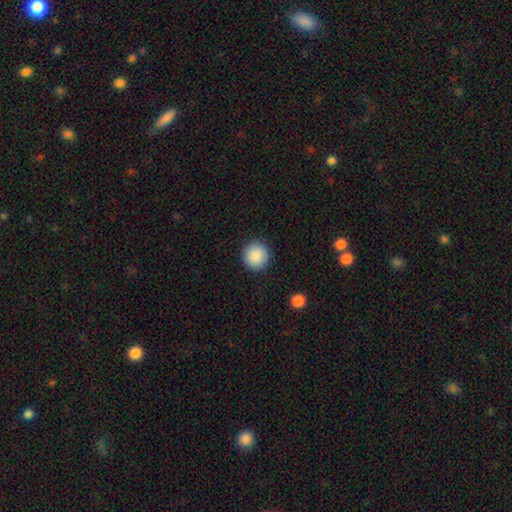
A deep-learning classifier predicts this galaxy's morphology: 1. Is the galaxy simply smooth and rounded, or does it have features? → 89% smooth, 8% star or artifact, 3% featured or disk.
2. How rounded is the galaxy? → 95% round, 4% in between, 1% cigar-shaped.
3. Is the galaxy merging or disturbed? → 92% none, 5% minor disturbance, 2% major disturbance, 1% merger.